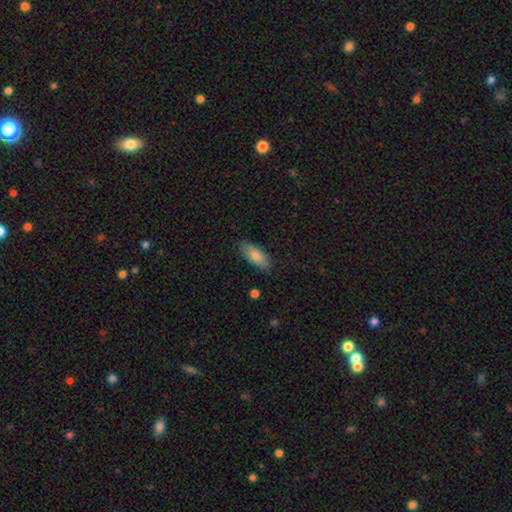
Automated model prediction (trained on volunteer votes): smooth 82%, featured or disk 12%, star or artifact 6%. Down the decision tree: how rounded — in between (82%); merging — none (79%).